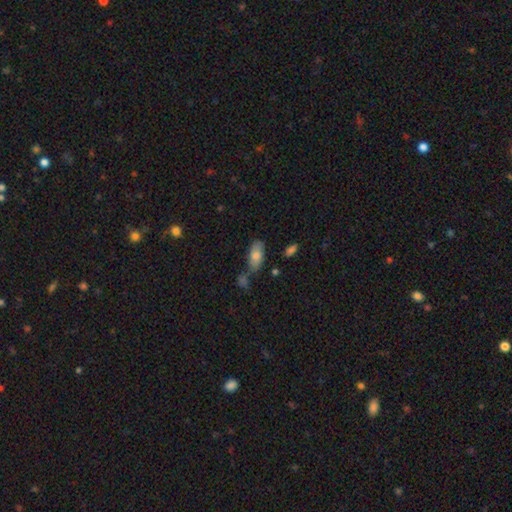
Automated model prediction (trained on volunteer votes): Overall: smooth (77%). How rounded: in between (90%). Merging: none (58%; minor disturbance 20%).